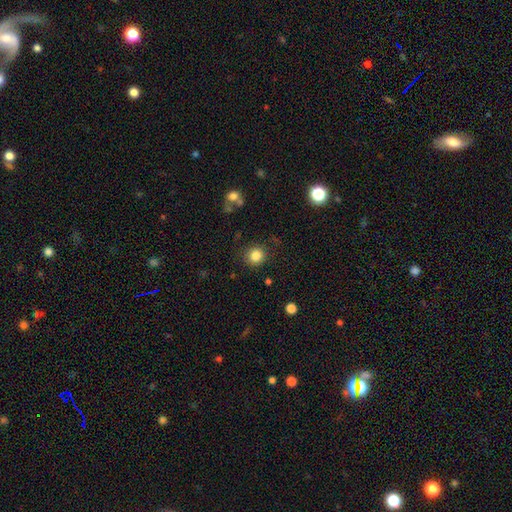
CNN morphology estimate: Overall: smooth (84%). How rounded: round (90%). Merging: none (86%).